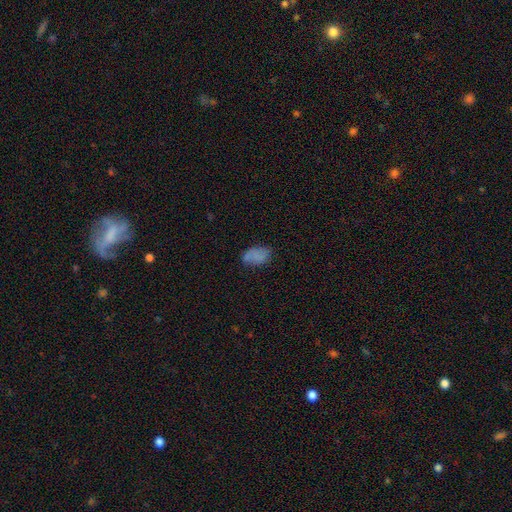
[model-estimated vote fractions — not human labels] smooth-or-featured: smooth: 76% | featured or disk: 13% | star or artifact: 11%
  how-rounded: in between: 90% | round: 8% | cigar-shaped: 2%
  merging: none: 59% | minor disturbance: 27% | major disturbance: 9% | merger: 5%